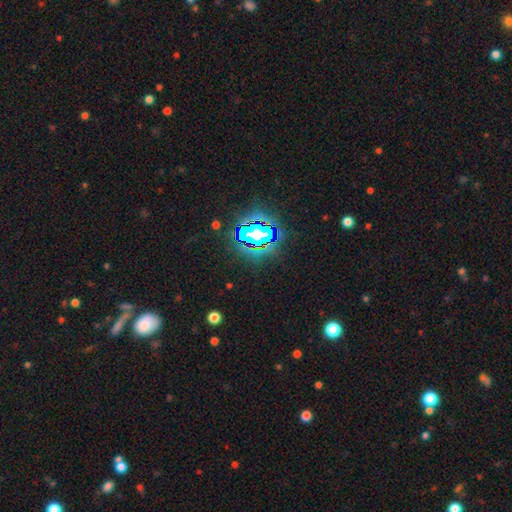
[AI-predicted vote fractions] Q: Smooth or featured?
A: star or artifact (82%); runner-up: smooth (11%)